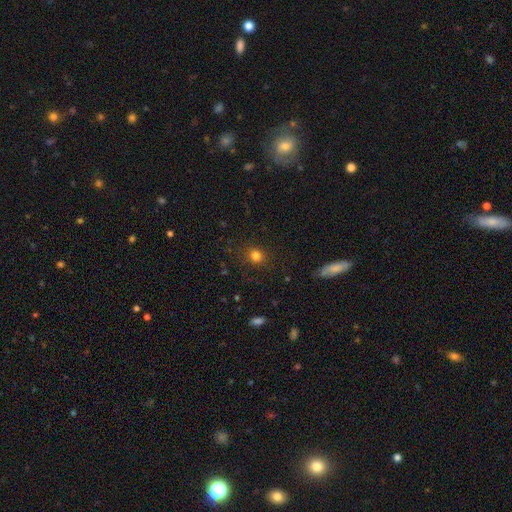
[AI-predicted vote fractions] Overall: smooth (80%). How rounded: round (81%). Merging: none (86%).